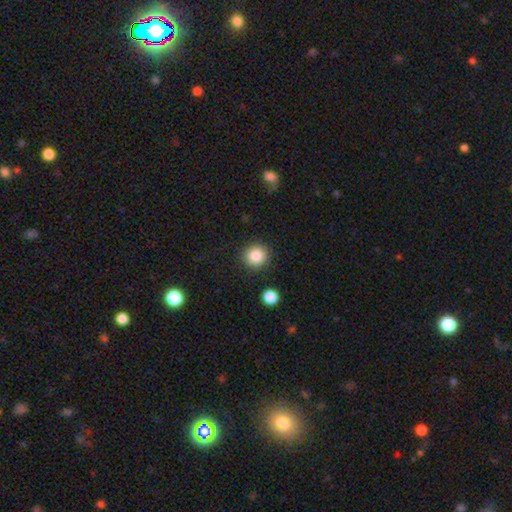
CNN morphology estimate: This is clearly a smooth galaxy (86%). How rounded: clearly round (92%). Merging: clearly none (88%).